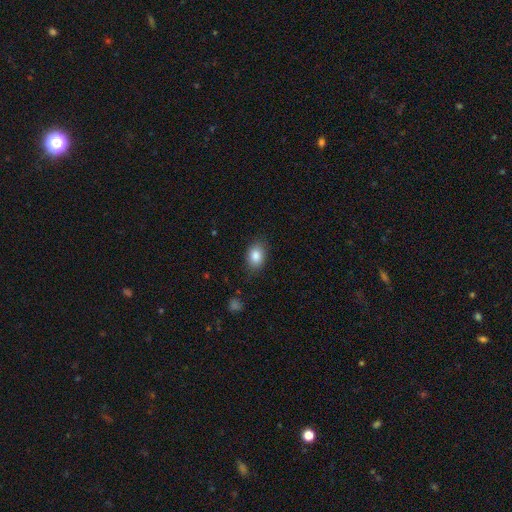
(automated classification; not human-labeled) A smooth galaxy with no disk features (85%) that is in between round and cigar-shaped (77%). Merging: none (81%).